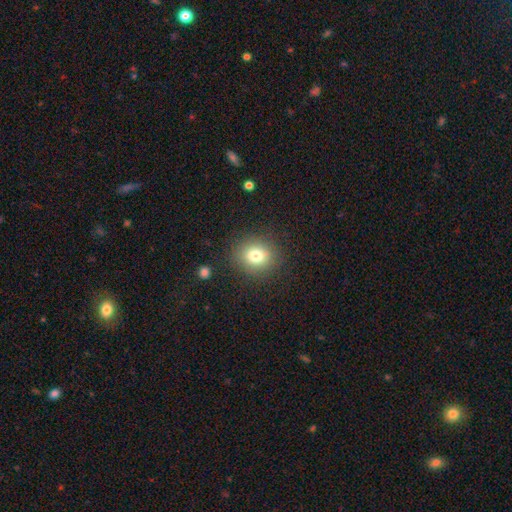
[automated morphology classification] Smooth or featured?
  - smooth: 78% *
  - star or artifact: 13%
  - featured or disk: 10%
How rounded?
  - round: 79% *
  - in between: 20%
  - cigar-shaped: 1%
Merging?
  - none: 87% *
  - minor disturbance: 8%
  - major disturbance: 3%
  - merger: 1%